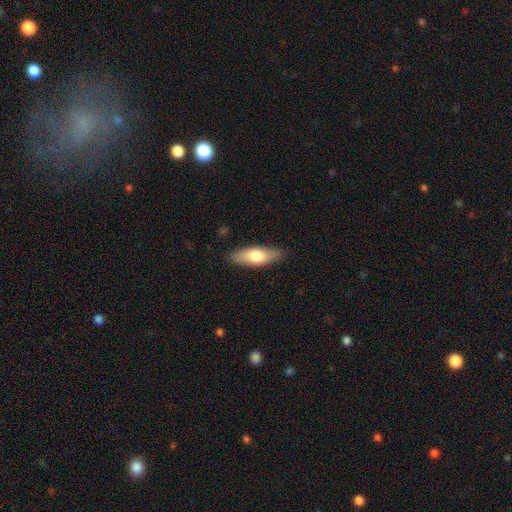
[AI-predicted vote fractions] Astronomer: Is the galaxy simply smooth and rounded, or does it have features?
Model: smooth — 71%.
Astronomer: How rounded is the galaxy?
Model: in between — 61% (runner-up: cigar-shaped, 37%).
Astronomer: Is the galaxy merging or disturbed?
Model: none — 87%.